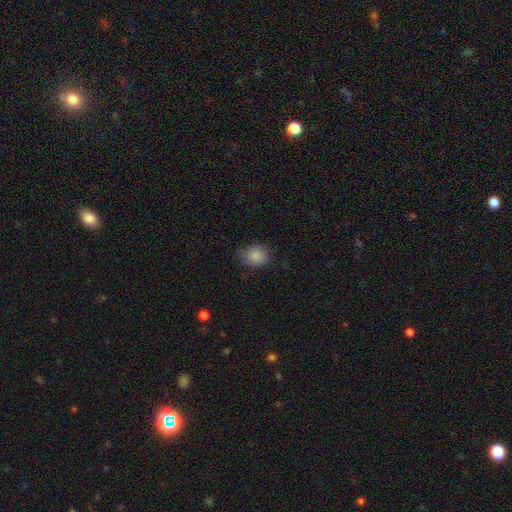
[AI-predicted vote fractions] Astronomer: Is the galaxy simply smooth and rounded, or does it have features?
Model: smooth — 85%.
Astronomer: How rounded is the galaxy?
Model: round — 62%.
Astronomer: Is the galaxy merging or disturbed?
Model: none — 76%.